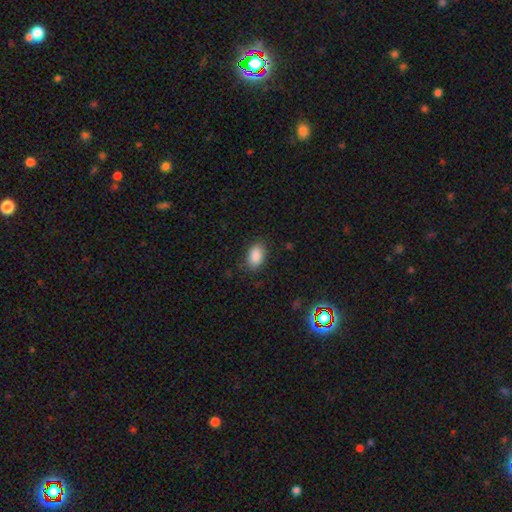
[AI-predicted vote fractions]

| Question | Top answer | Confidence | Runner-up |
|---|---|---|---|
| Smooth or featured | smooth | 88% | star or artifact (8%) |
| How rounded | in between | 91% | round (8%) |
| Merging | none | 81% | minor disturbance (14%) |